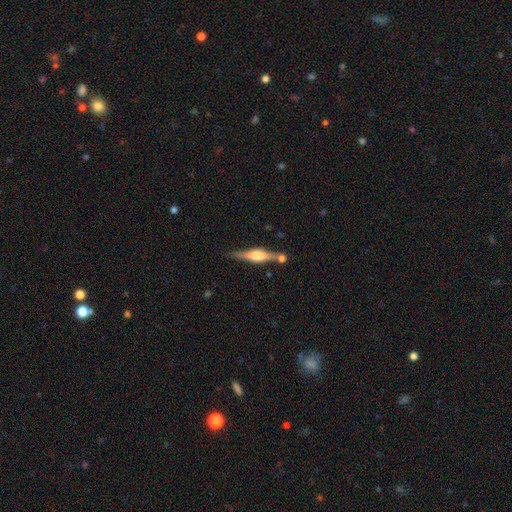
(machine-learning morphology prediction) Q: Smooth or featured?
A: featured or disk (71%); runner-up: smooth (23%)
Q: Edge-on disk?
A: yes (96%); runner-up: no (4%)
Q: Edge-on bulge?
A: rounded (85%); runner-up: boxy (12%)
Q: Merging?
A: none (74%); runner-up: minor disturbance (12%)